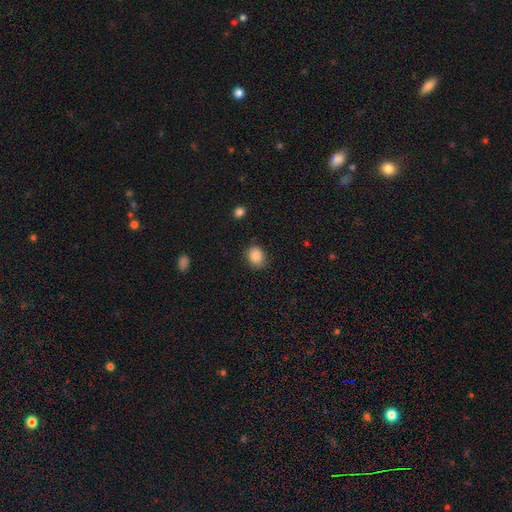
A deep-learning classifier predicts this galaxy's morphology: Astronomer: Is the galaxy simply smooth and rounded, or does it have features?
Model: smooth — 87%.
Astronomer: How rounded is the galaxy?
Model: round — 54% (runner-up: in between, 45%).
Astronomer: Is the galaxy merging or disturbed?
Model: none — 81%.